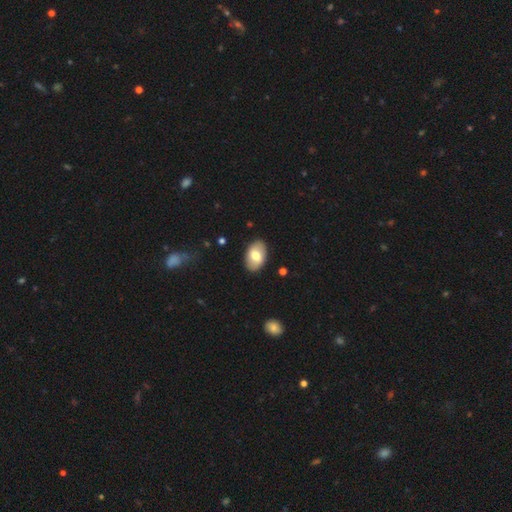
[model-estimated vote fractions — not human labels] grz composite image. It shows a smooth galaxy with no disk features (70%) that is in between round and cigar-shaped (91%). Merging: none (88%).